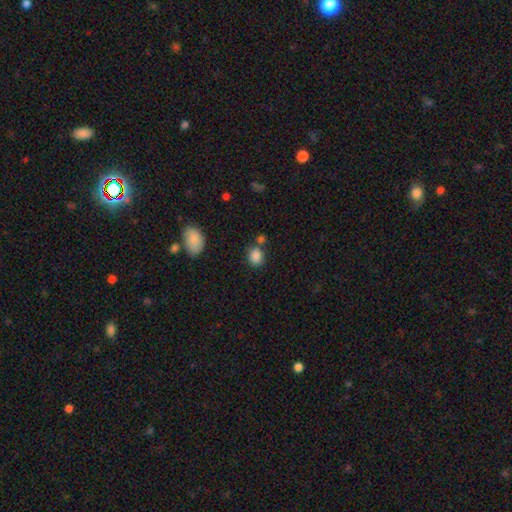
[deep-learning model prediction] Morphology: type=smooth (86%); roundness=round (52%); merging=none (65%).